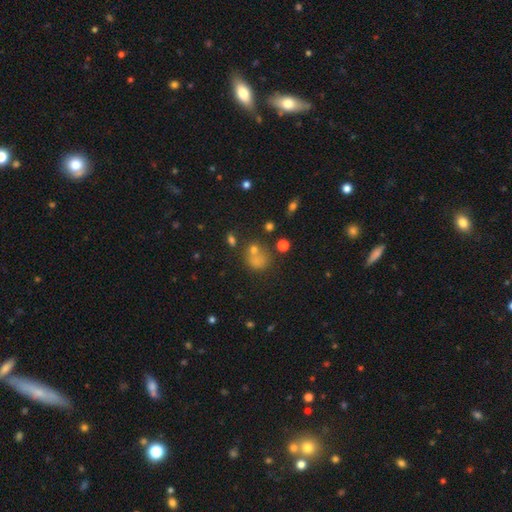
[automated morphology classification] smooth_or_featured: smooth (p=0.60) [alt: star or artifact p=0.27]
how_rounded: round (p=0.67) [alt: in between p=0.31]
merging: none (p=0.50) [alt: merger p=0.23]